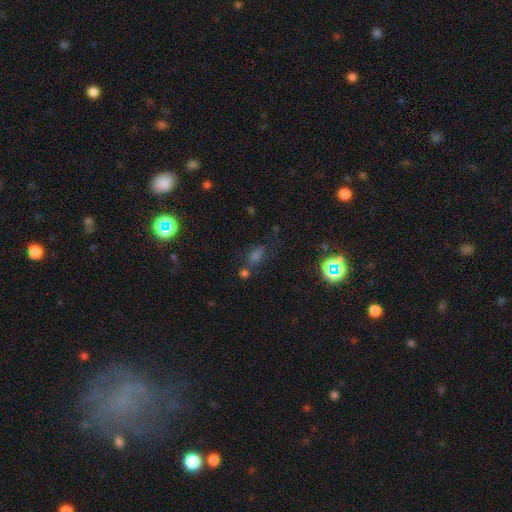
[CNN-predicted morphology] smooth 48%, star or artifact 38%, featured or disk 14%. Down the decision tree: merging — none (63%).